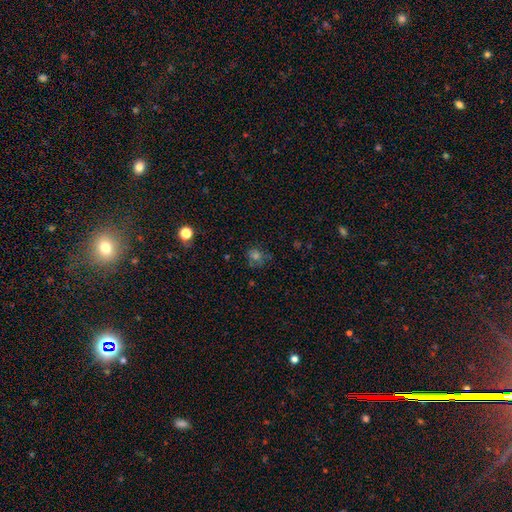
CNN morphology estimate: smooth 59%, star or artifact 27%, featured or disk 14%. Down the decision tree: how rounded — round (77%); merging — none (67%).